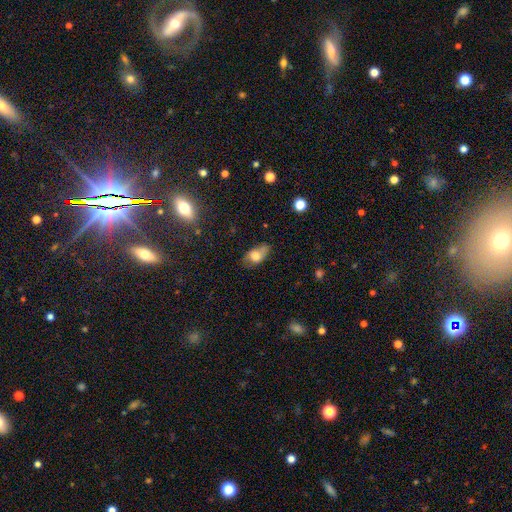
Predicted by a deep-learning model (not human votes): This appears to be a smooth galaxy with no disk features (67%) that is in between round and cigar-shaped (86%). Merging: none (57%).